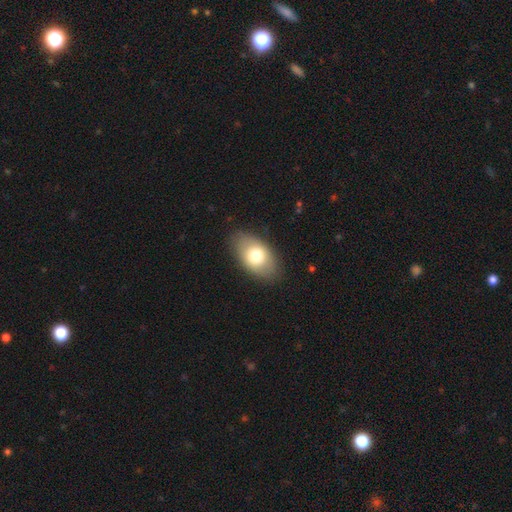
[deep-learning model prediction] Smooth or featured? smooth (73%)
How rounded? in between (91%)
Merging? none (83%)